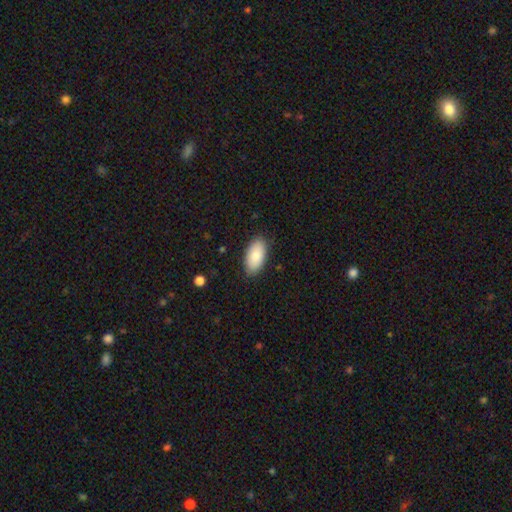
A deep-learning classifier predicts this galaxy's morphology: Q: Smooth or featured?
A: smooth (84%); runner-up: featured or disk (10%)
Q: How rounded?
A: in between (95%); runner-up: round (2%)
Q: Merging?
A: none (86%); runner-up: minor disturbance (11%)